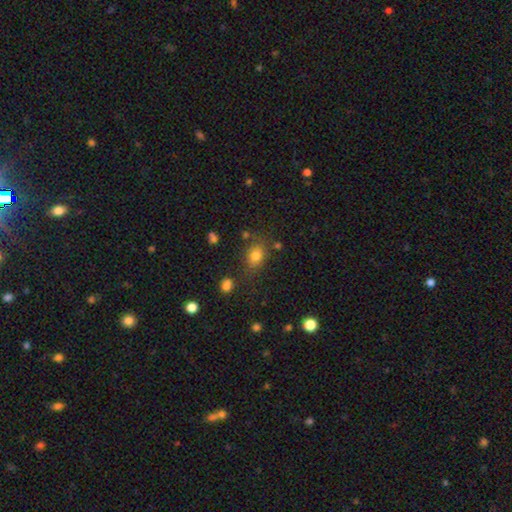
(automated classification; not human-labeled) This is likely a smooth galaxy (78%). How rounded: possibly in between (58%). Merging: likely none (74%).